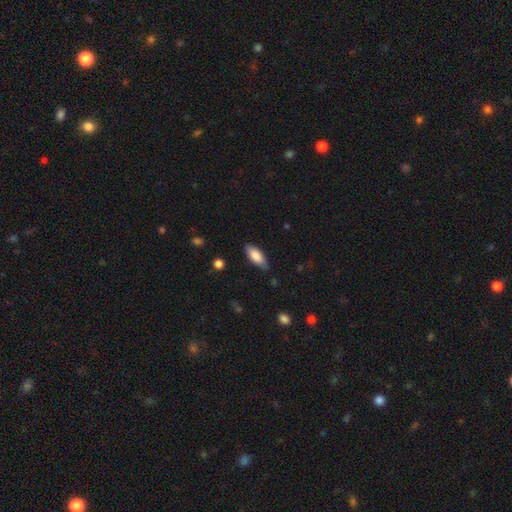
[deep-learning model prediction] smooth 81%, featured or disk 13%, star or artifact 6%. Down the decision tree: how rounded — in between (81%); merging — none (77%).